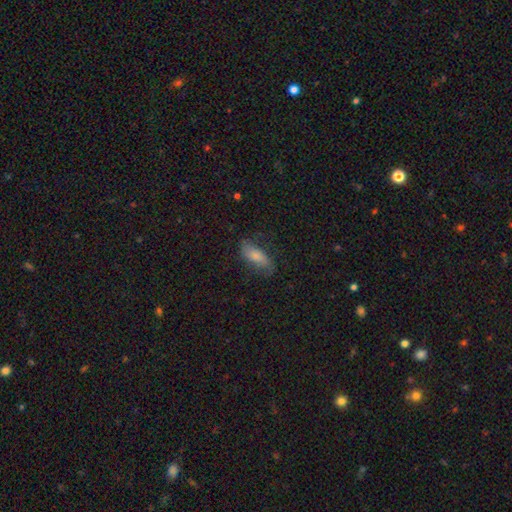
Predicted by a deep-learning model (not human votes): This is possibly a smooth galaxy (53%). How rounded: likely in between (72%). Merging: likely none (72%).